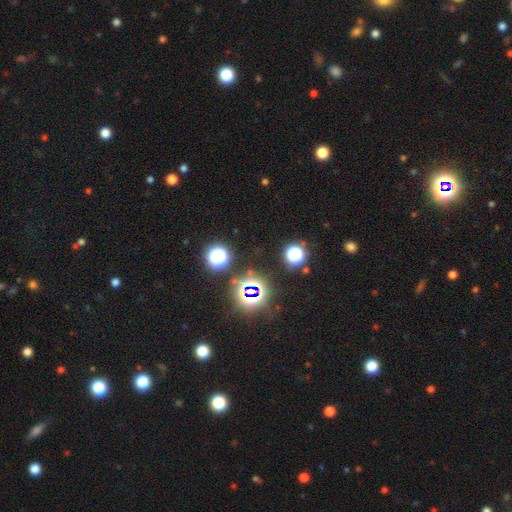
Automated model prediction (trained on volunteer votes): This is likely a star or artifact rather than a galaxy (77%).